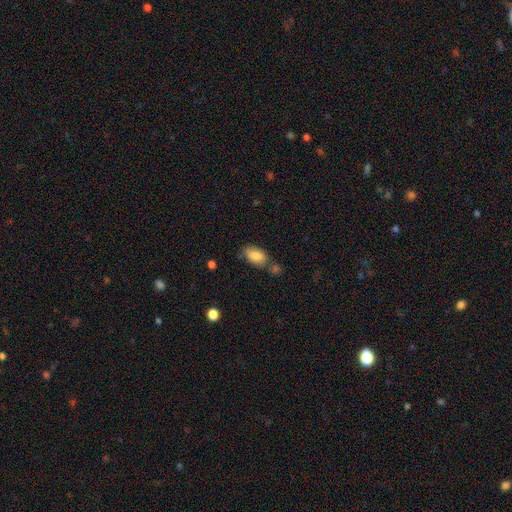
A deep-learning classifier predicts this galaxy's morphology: type=smooth (82%); roundness=in between (92%); merging=none (60%).